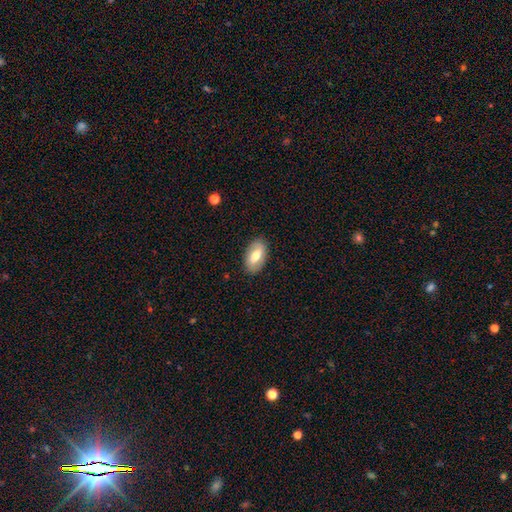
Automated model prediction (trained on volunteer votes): Smooth or featured? smooth (61%)
How rounded? in between (93%)
Merging? none (87%)